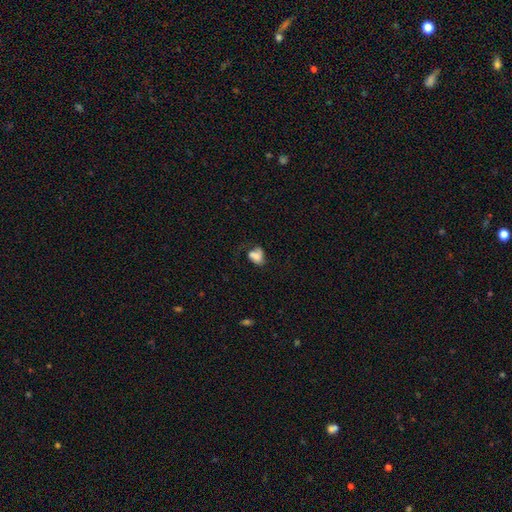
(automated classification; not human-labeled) This appears to be a smooth galaxy with no disk features (69%) that is in between round and cigar-shaped (69%). Merging: none (31%).